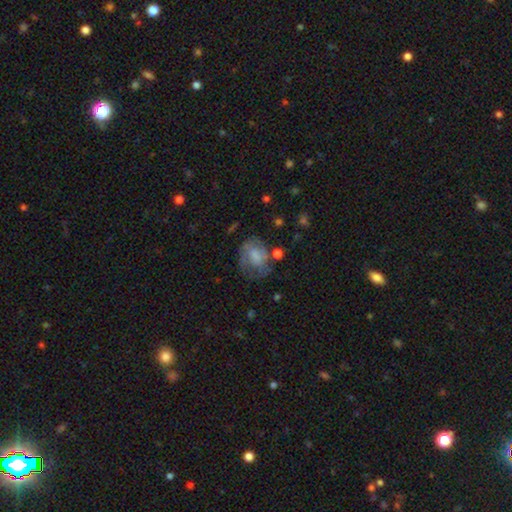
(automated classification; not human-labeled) Smooth or featured? Predicted: smooth (p=0.54). How rounded? Predicted: in between (p=0.56). Merging? Predicted: none (p=0.43).